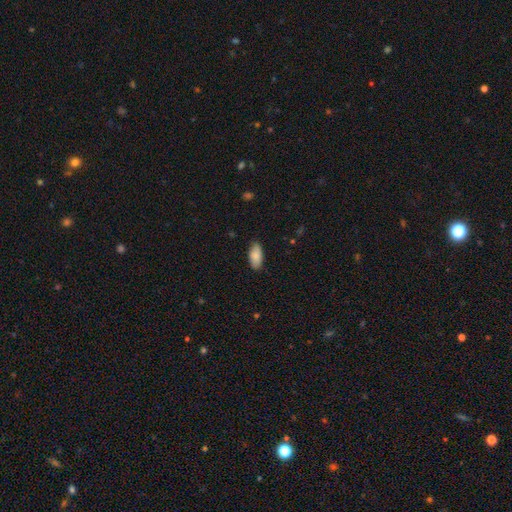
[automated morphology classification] A smooth galaxy with no disk features (88%) that is in between round and cigar-shaped (91%).

Vote fractions:
- Smooth or featured? smooth: 88% / featured or disk: 6% / star or artifact: 6%
- How rounded? in between: 91% / cigar-shaped: 7% / round: 2%
- Merging? none: 84% / minor disturbance: 13% / major disturbance: 2% / merger: 1%